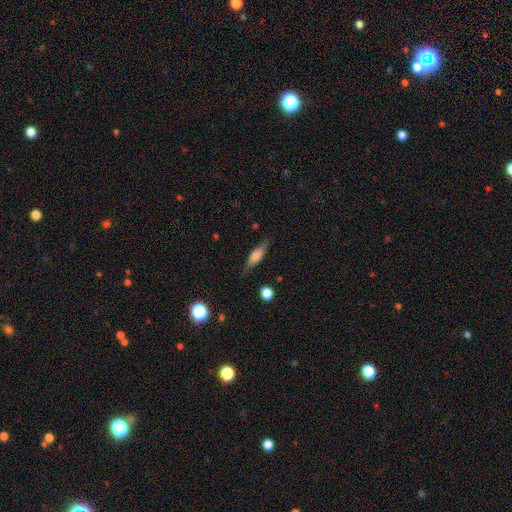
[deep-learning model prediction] Smooth or featured: smooth — 57% (featured or disk — 35%)
How rounded: cigar-shaped — 54% (in between — 43%)
Merging: none — 77% (minor disturbance — 17%)